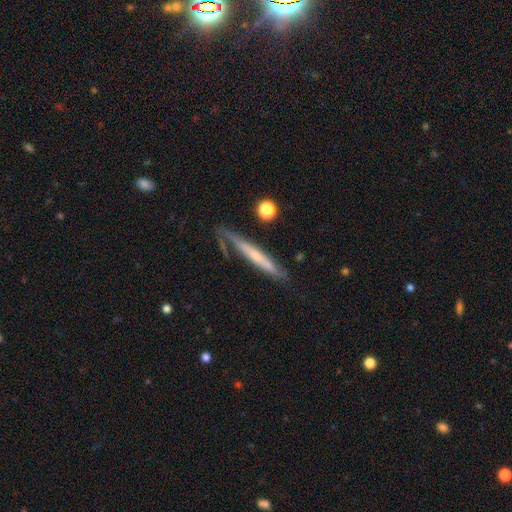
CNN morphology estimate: Overall: featured or disk (58%; smooth 36%). Edge-on disk: yes (87%). Edge-on bulge: none (55%; rounded 40%). Merging: none (67%).